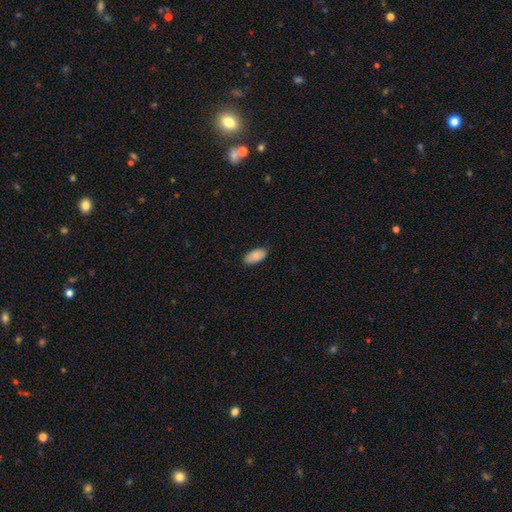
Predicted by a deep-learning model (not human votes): smooth 87%, featured or disk 7%, star or artifact 6%. Down the decision tree: how rounded — in between (94%); merging — none (87%).